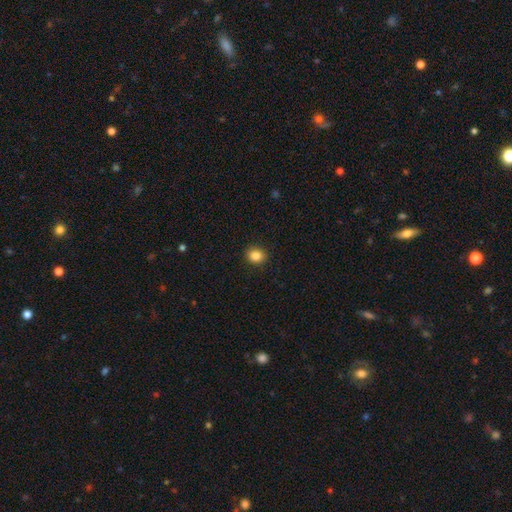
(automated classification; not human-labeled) Morphology: type=smooth (86%); roundness=round (71%); merging=none (91%).